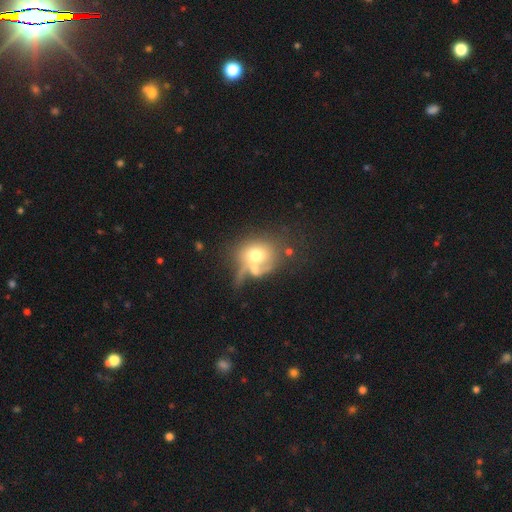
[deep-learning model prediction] Smooth or featured: smooth — 61% (featured or disk — 29%)
How rounded: round — 64% (in between — 35%)
Merging: merger — 41% (none — 27%)